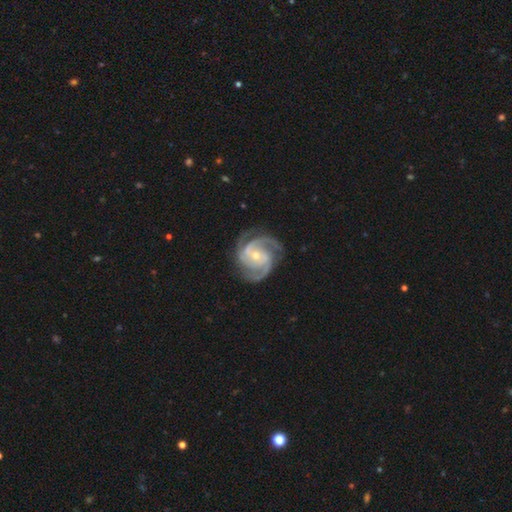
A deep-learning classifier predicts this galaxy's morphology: smooth_or_featured: featured or disk (p=0.93) [alt: star or artifact p=0.04]
disk_edge_on: no (p=0.98) [alt: yes p=0.02]
bar: no (p=0.55) [alt: weak p=0.32]
has_spiral_arms: yes (p=0.99) [alt: no p=0.01]
spiral_winding: tight (p=0.52) [alt: medium p=0.43]
spiral_arm_count: 3 (p=0.59) [alt: 2 p=0.20]
bulge_size: small (p=0.58) [alt: moderate p=0.39]
merging: none (p=0.78) [alt: minor disturbance p=0.15]